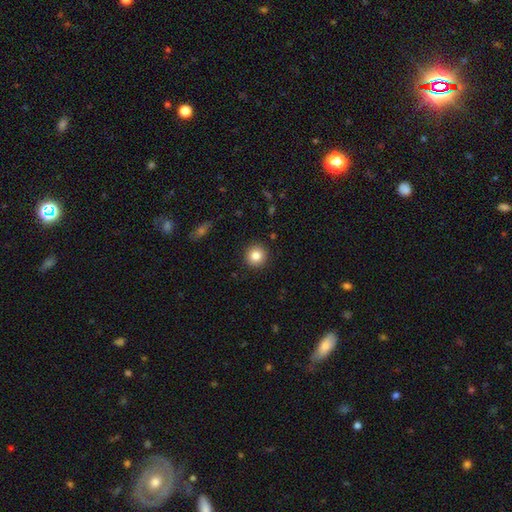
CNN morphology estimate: Smooth or featured? Predicted: smooth (p=0.84). How rounded? Predicted: round (p=0.93). Merging? Predicted: none (p=0.92).